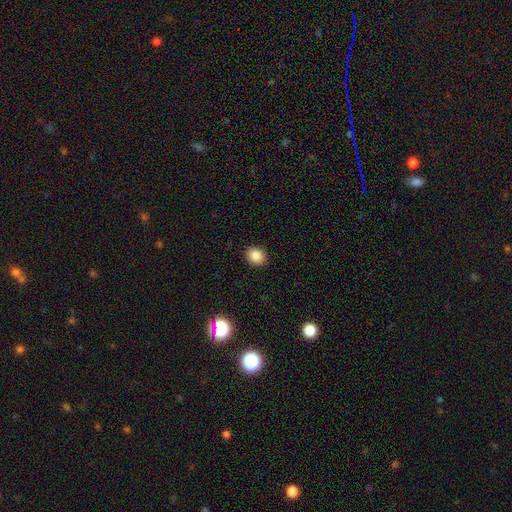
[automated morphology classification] Smooth or featured: smooth — 86% (star or artifact — 10%)
How rounded: round — 59% (in between — 40%)
Merging: none — 90% (minor disturbance — 7%)